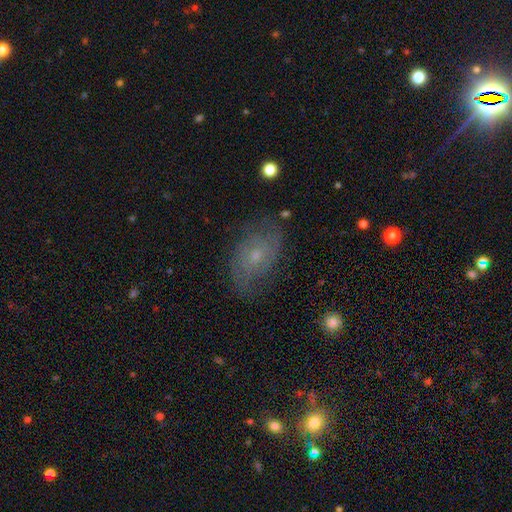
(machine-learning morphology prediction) smooth_or_featured: featured or disk (p=0.64) [alt: smooth p=0.25]
disk_edge_on: no (p=0.95) [alt: yes p=0.05]
bar: no (p=0.74) [alt: weak p=0.22]
has_spiral_arms: yes (p=0.86) [alt: no p=0.14]
spiral_winding: tight (p=0.44) [alt: medium p=0.39]
spiral_arm_count: 2 (p=0.50) [alt: can't tell p=0.33]
bulge_size: small (p=0.63) [alt: moderate p=0.31]
merging: none (p=0.71) [alt: minor disturbance p=0.19]